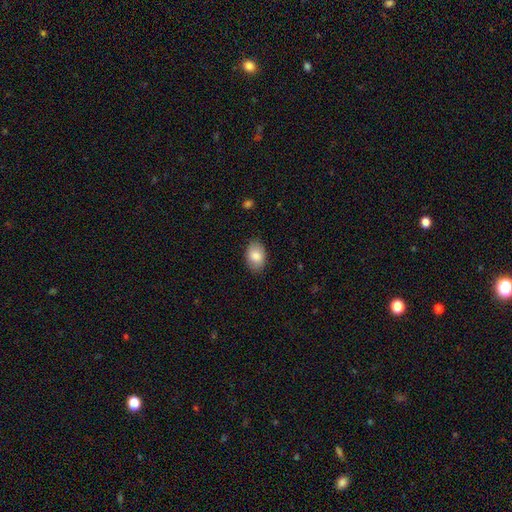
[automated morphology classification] Q: Smooth or featured?
A: smooth (85%); runner-up: featured or disk (9%)
Q: How rounded?
A: in between (88%); runner-up: round (11%)
Q: Merging?
A: none (87%); runner-up: minor disturbance (10%)